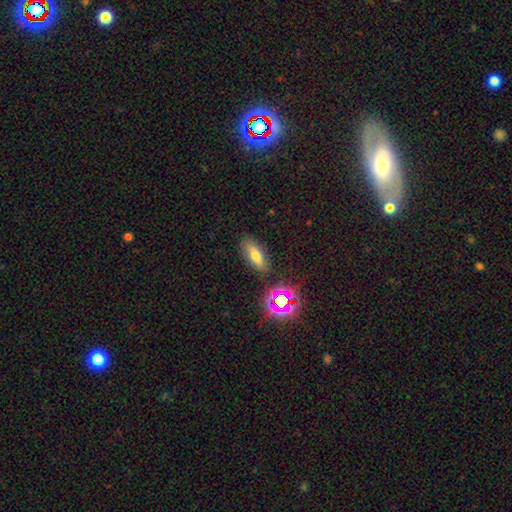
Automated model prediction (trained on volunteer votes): smooth-or-featured: smooth: 66% | star or artifact: 17% | featured or disk: 17%
  how-rounded: in between: 68% | cigar-shaped: 25% | round: 7%
  merging: none: 83% | minor disturbance: 11% | major disturbance: 3% | merger: 3%